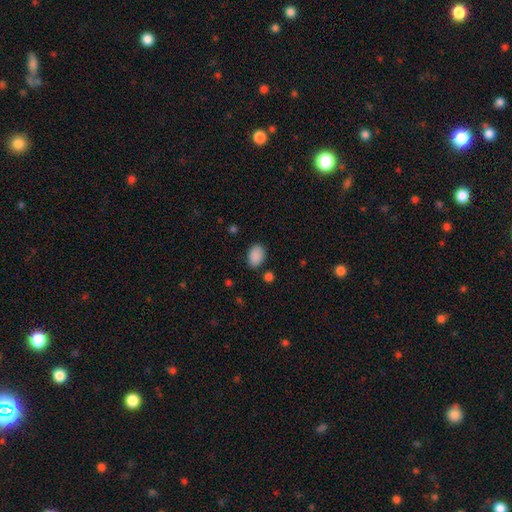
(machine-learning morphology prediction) smooth_or_featured: smooth (p=0.89) [alt: star or artifact p=0.08]
how_rounded: in between (p=0.82) [alt: round p=0.17]
merging: none (p=0.81) [alt: minor disturbance p=0.13]